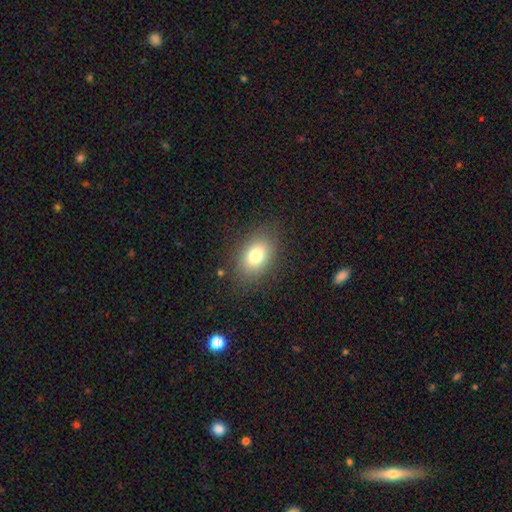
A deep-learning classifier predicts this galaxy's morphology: Smooth or featured: smooth — 77% (featured or disk — 12%)
How rounded: in between — 76% (round — 22%)
Merging: none — 84% (minor disturbance — 11%)